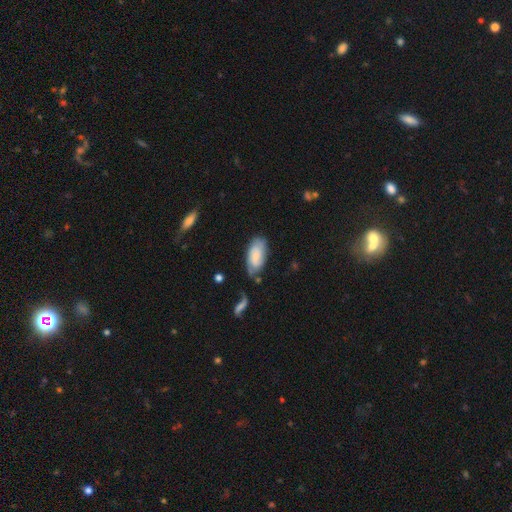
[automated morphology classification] Smooth or featured? Predicted: smooth (p=0.60). How rounded? Predicted: in between (p=0.91). Merging? Predicted: none (p=0.59).